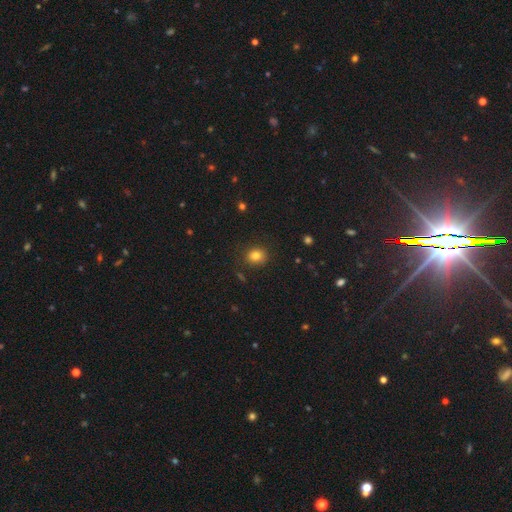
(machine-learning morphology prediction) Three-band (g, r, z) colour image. It shows a smooth galaxy with no disk features (82%) that is round (71%). Merging: none (86%).